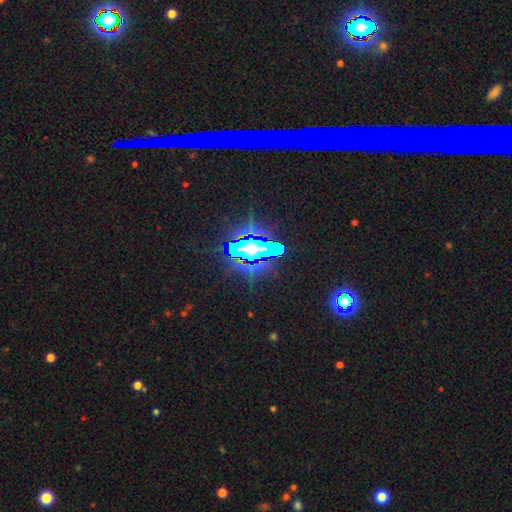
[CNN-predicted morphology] smooth_or_featured: star or artifact (p=0.73) [alt: featured or disk p=0.15]